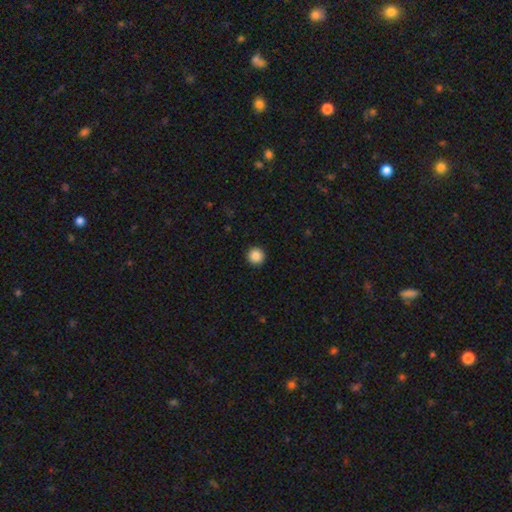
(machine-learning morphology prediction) smooth_or_featured: smooth (p=0.87) [alt: star or artifact p=0.09]
how_rounded: round (p=0.96) [alt: in between p=0.03]
merging: none (p=0.93) [alt: minor disturbance p=0.05]